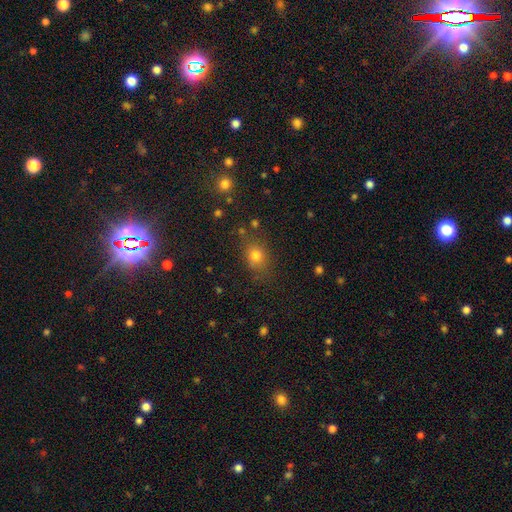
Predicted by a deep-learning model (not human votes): A smooth galaxy with no disk features (74%) that is round (54%).

Vote fractions:
- Smooth or featured? smooth: 74% / star or artifact: 17% / featured or disk: 9%
- How rounded? round: 54% / in between: 44% / cigar-shaped: 2%
- Merging? none: 77% / minor disturbance: 14% / major disturbance: 5% / merger: 3%